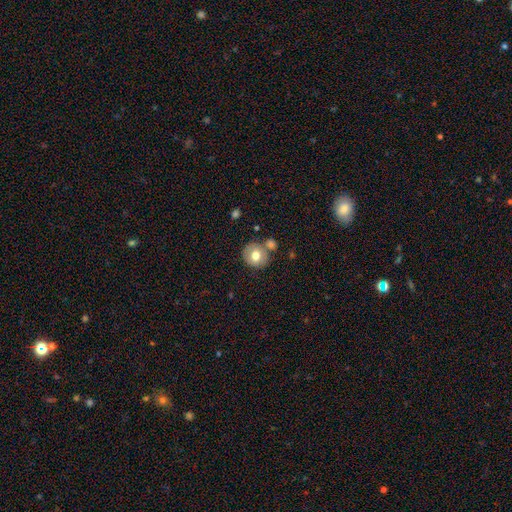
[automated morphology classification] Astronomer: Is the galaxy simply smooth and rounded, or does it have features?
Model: smooth — 72%.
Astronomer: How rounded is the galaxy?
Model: round — 81%.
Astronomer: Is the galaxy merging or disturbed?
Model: none — 66%.